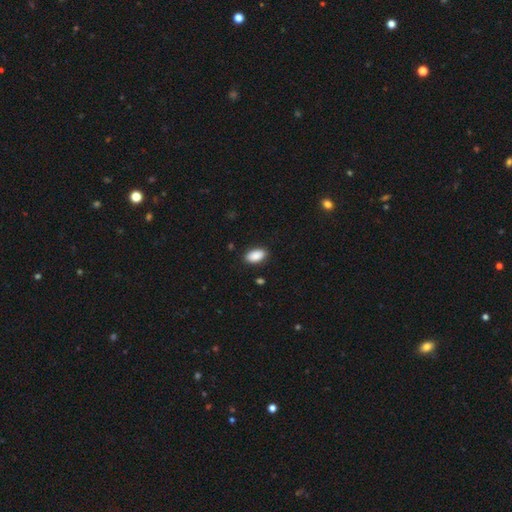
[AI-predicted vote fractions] This is clearly a smooth galaxy (90%). How rounded: clearly in between (94%). Merging: clearly none (87%).